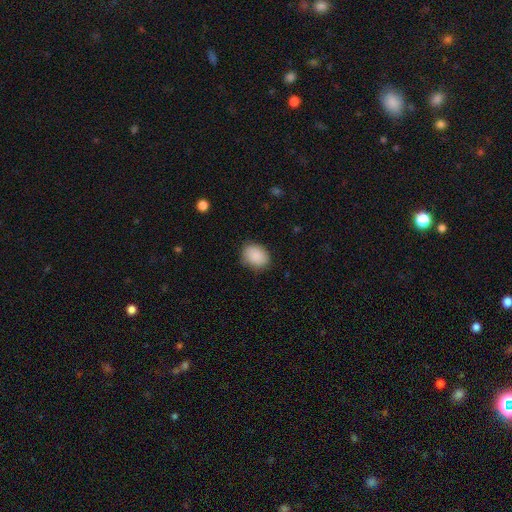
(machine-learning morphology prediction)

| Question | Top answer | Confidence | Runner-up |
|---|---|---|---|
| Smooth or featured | smooth | 89% | star or artifact (7%) |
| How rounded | in between | 62% | round (37%) |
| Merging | none | 78% | minor disturbance (17%) |